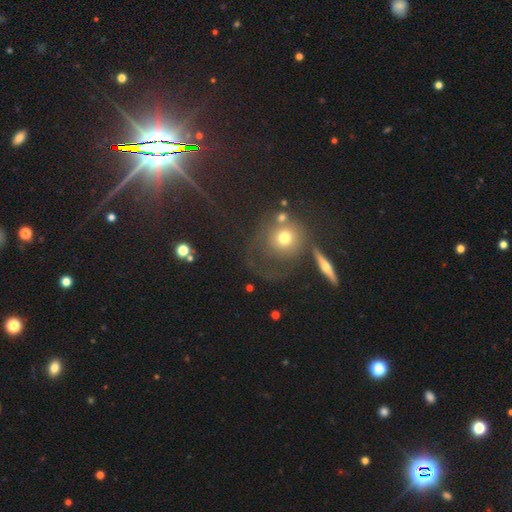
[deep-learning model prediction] A star or artifact, not a galaxy (47%).